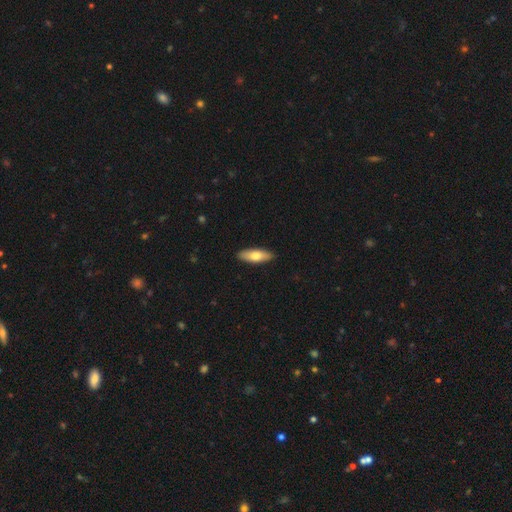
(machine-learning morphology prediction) This is likely a smooth galaxy (72%). How rounded: possibly in between (58%). Merging: clearly none (90%).